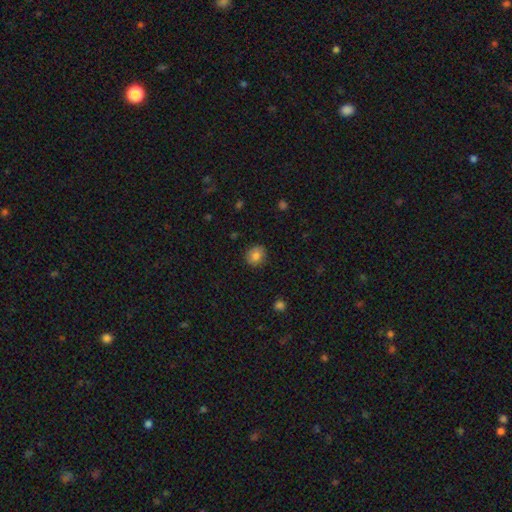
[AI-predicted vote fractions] Overall: smooth (82%). How rounded: round (77%). Merging: none (83%).